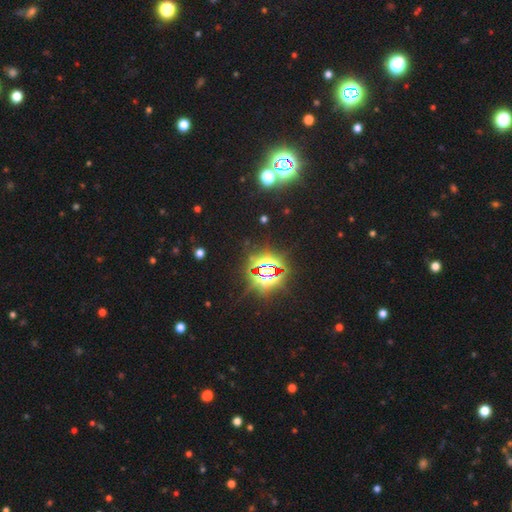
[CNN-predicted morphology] Q: Smooth or featured?
A: star or artifact (84%); runner-up: smooth (10%)